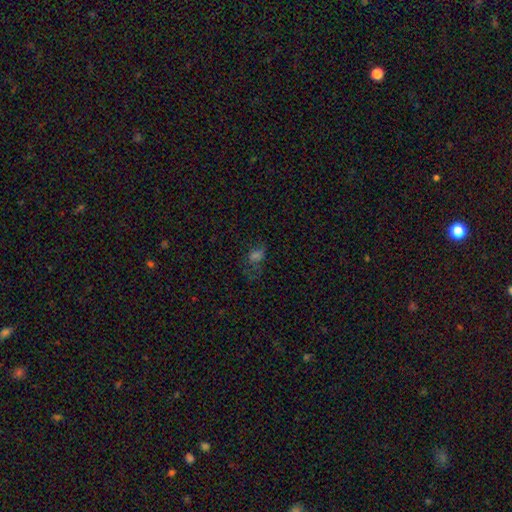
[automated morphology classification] A smooth galaxy with no disk features (51%) that is in between round and cigar-shaped (72%).

Vote fractions:
- Smooth or featured? smooth: 51% / star or artifact: 32% / featured or disk: 17%
- How rounded? in between: 72% / round: 24% / cigar-shaped: 3%
- Merging? none: 43% / major disturbance: 30% / minor disturbance: 22% / merger: 4%